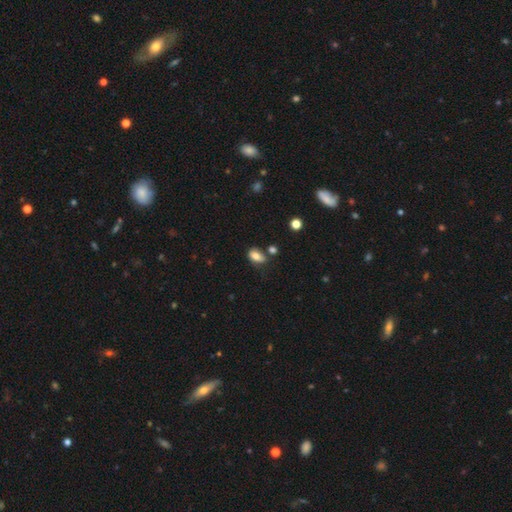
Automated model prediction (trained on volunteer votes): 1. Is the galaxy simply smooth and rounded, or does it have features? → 76% smooth, 14% featured or disk, 10% star or artifact.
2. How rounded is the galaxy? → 84% in between, 13% round, 3% cigar-shaped.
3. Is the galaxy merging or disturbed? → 58% none, 23% minor disturbance, 13% merger, 6% major disturbance.